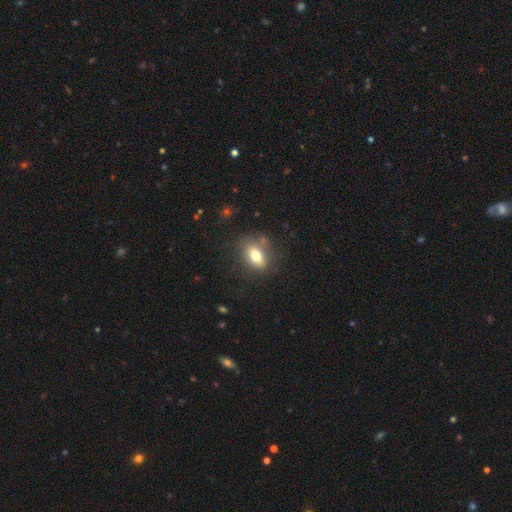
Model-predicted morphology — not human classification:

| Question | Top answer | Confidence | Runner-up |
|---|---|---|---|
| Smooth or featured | smooth | 73% | featured or disk (17%) |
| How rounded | in between | 79% | round (17%) |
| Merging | none | 75% | minor disturbance (15%) |